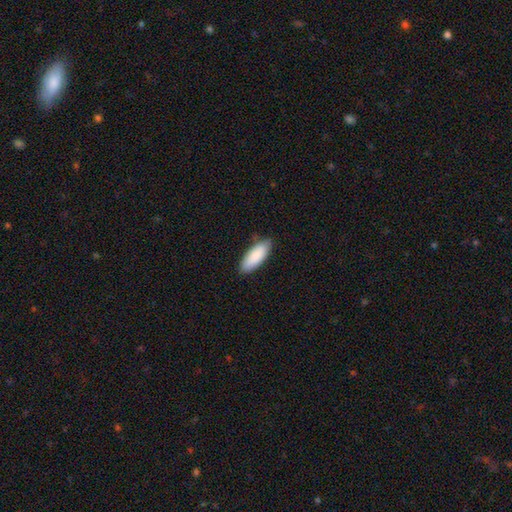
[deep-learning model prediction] This is clearly a smooth galaxy (88%). How rounded: likely in between (75%). Merging: clearly none (83%).